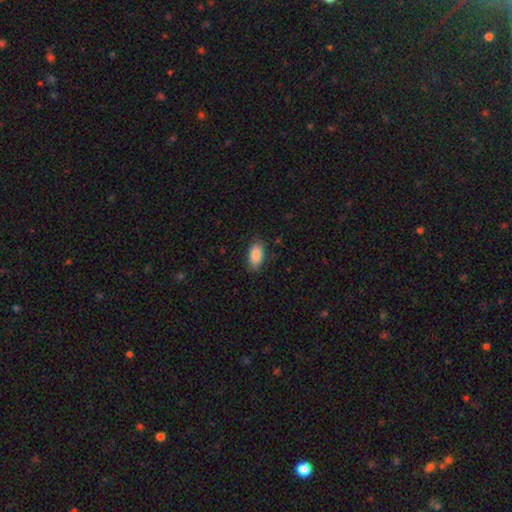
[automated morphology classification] smooth-or-featured: smooth: 89% | star or artifact: 6% | featured or disk: 5%
  how-rounded: in between: 93% | cigar-shaped: 4% | round: 3%
  merging: none: 84% | minor disturbance: 12% | major disturbance: 3% | merger: 1%